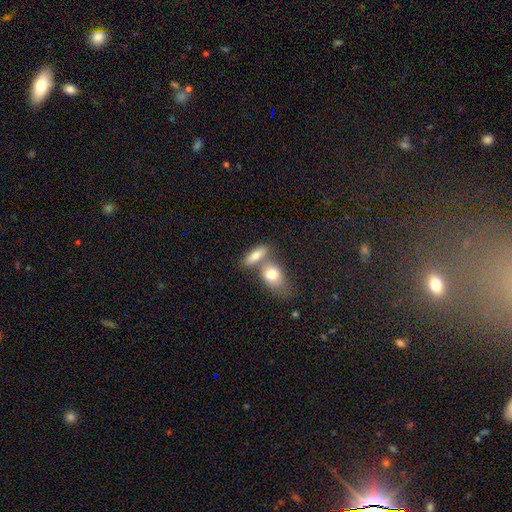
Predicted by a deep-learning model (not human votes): Morphology: type=smooth (75%); roundness=in between (73%); merging=merger (46%).